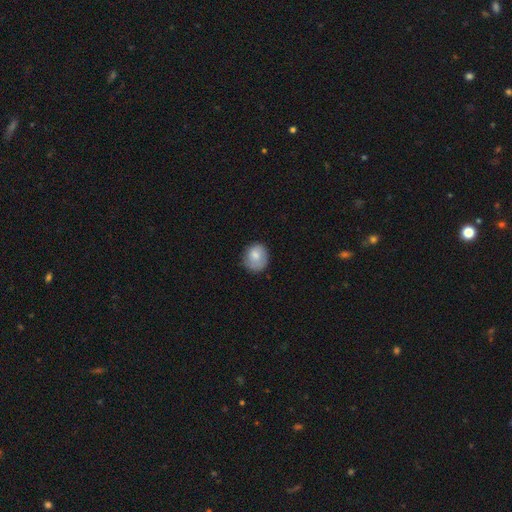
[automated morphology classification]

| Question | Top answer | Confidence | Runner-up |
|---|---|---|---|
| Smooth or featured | smooth | 78% | featured or disk (15%) |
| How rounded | round | 74% | in between (25%) |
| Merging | none | 71% | minor disturbance (22%) |